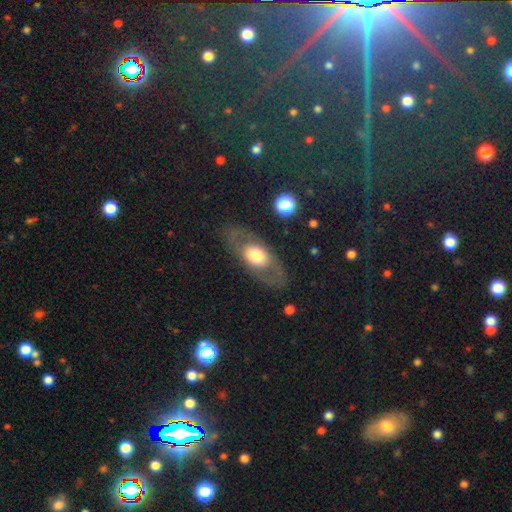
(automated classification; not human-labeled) Smooth or featured? Predicted: featured or disk (p=0.48). Merging? Predicted: none (p=0.81).